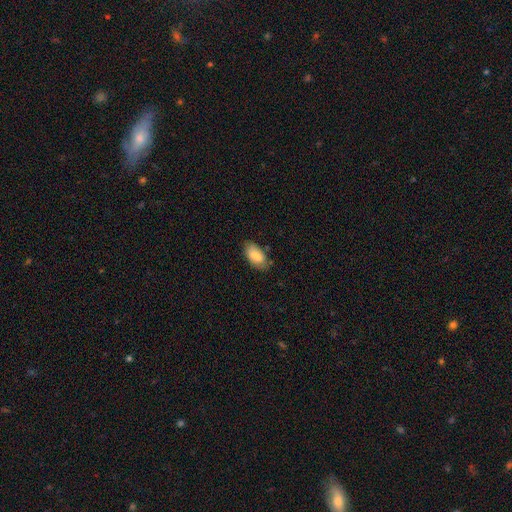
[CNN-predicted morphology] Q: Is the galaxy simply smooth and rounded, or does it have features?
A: smooth — 83%.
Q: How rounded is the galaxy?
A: in between — 94%.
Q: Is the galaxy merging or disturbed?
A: none — 76%.